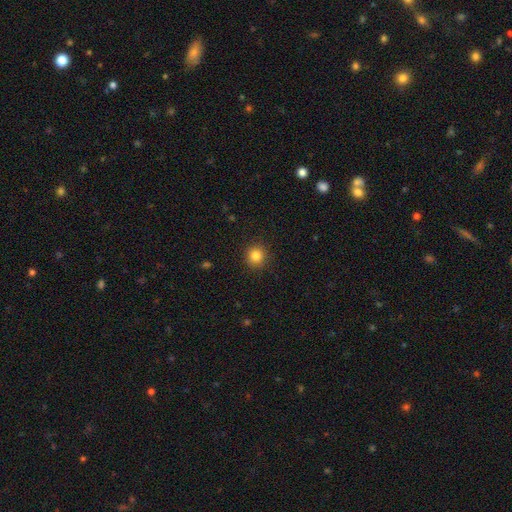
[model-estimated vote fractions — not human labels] Morphology: type=smooth (84%); roundness=round (92%); merging=none (92%).